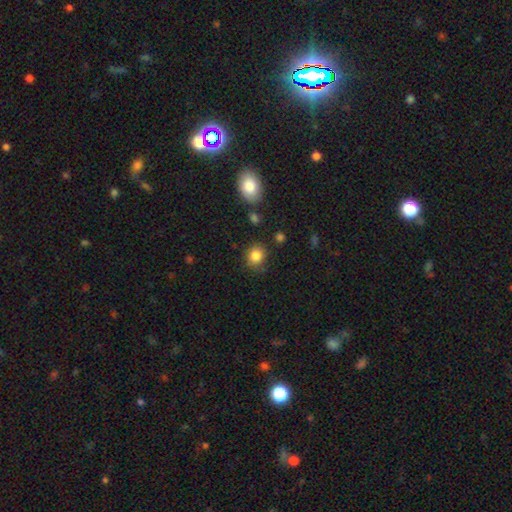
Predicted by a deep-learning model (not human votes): This appears to be a smooth galaxy with no disk features (85%) that is round (74%). Merging: none (81%).